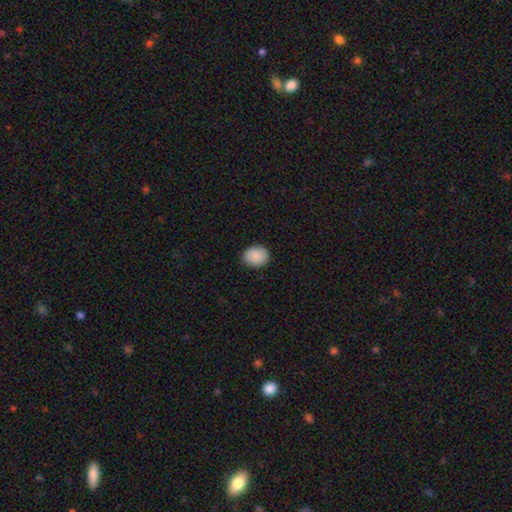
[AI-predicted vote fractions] This is clearly a smooth galaxy (89%). How rounded: likely round (62%). Merging: clearly none (89%).